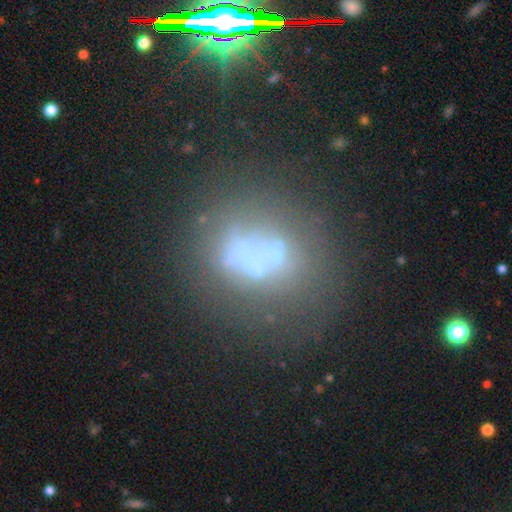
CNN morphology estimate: A featured or disk galaxy (45%).

Vote fractions:
- Smooth or featured? featured or disk: 45% / smooth: 30% / star or artifact: 25%
- Merging? none: 48% / merger: 19% / major disturbance: 18% / minor disturbance: 15%